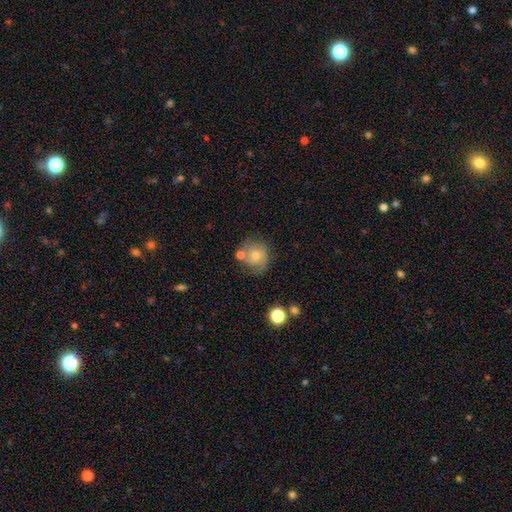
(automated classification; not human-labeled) This appears to be a smooth galaxy with no disk features (60%) that is round (83%). Merging: none (55%).